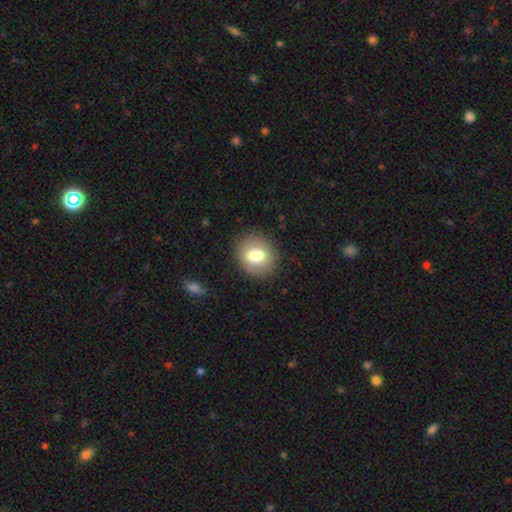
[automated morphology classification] This is likely a smooth galaxy (75%). How rounded: likely round (72%). Merging: clearly none (87%).